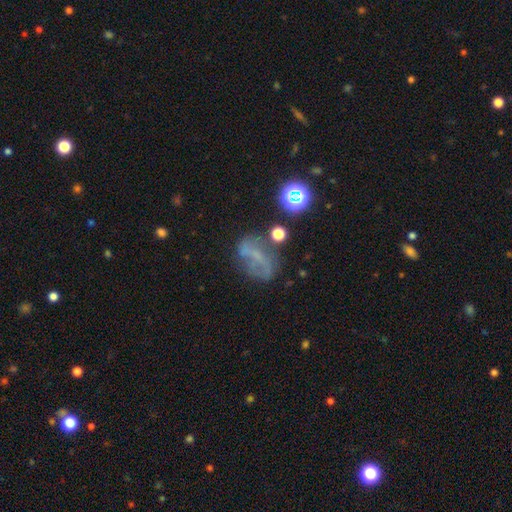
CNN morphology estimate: Smooth or featured? Predicted: featured or disk (p=0.49). Merging? Predicted: none (p=0.49).